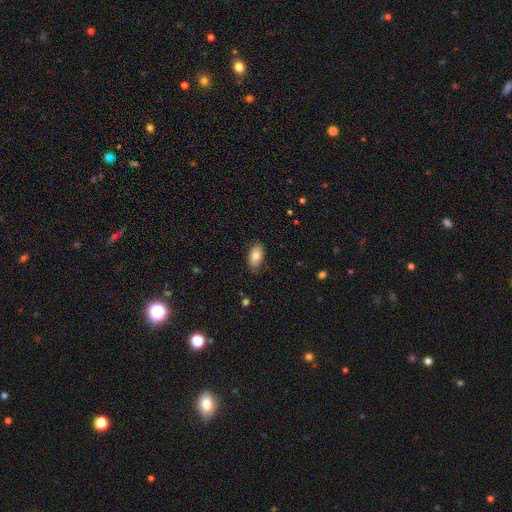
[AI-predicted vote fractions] smooth_or_featured: smooth (p=0.84) [alt: featured or disk p=0.09]
how_rounded: in between (p=0.94) [alt: round p=0.04]
merging: none (p=0.79) [alt: minor disturbance p=0.17]